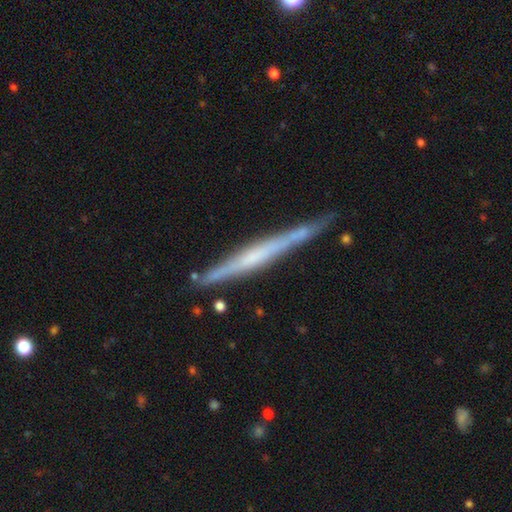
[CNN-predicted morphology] Smooth or featured?
  - featured or disk: 69% *
  - smooth: 26%
  - star or artifact: 6%
Edge-on disk?
  - yes: 96% *
  - no: 4%
Edge-on bulge?
  - none: 59% *
  - rounded: 25%
  - boxy: 16%
Merging?
  - none: 78% *
  - minor disturbance: 16%
  - merger: 3%
  - major disturbance: 3%